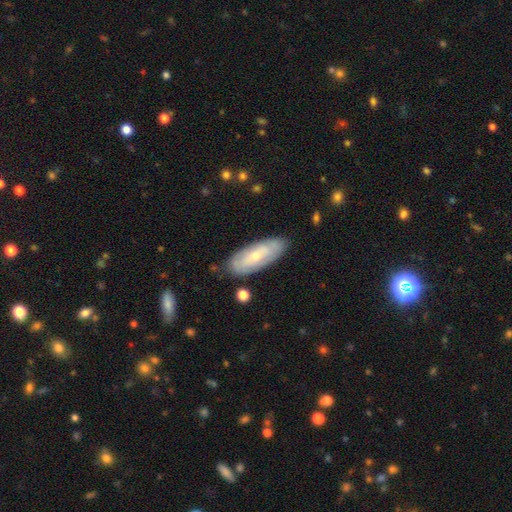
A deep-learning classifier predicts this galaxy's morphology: smooth_or_featured: featured or disk (p=0.54) [alt: smooth p=0.40]
disk_edge_on: no (p=0.81) [alt: yes p=0.19]
merging: none (p=0.81) [alt: minor disturbance p=0.14]